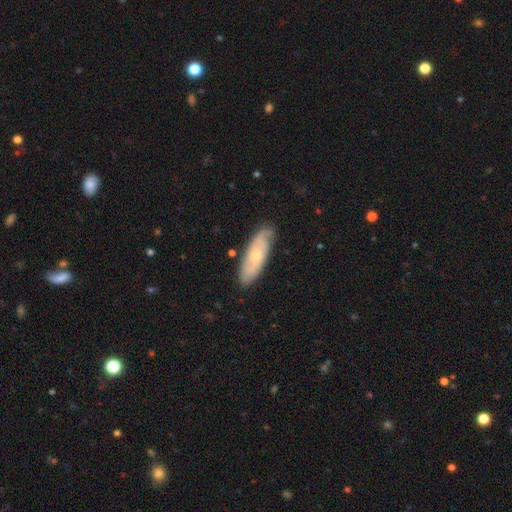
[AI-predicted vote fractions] Smooth or featured: featured or disk — 58% (smooth — 36%)
Edge-on disk: no — 80% (yes — 20%)
Merging: none — 78% (minor disturbance — 17%)